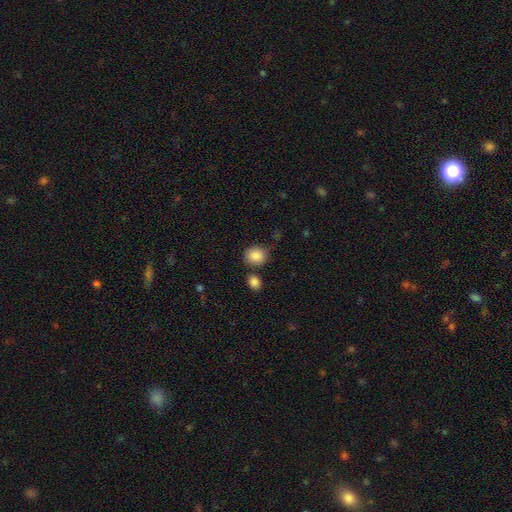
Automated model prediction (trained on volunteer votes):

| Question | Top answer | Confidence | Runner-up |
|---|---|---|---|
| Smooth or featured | smooth | 87% | star or artifact (8%) |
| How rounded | round | 73% | in between (26%) |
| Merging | none | 74% | minor disturbance (13%) |